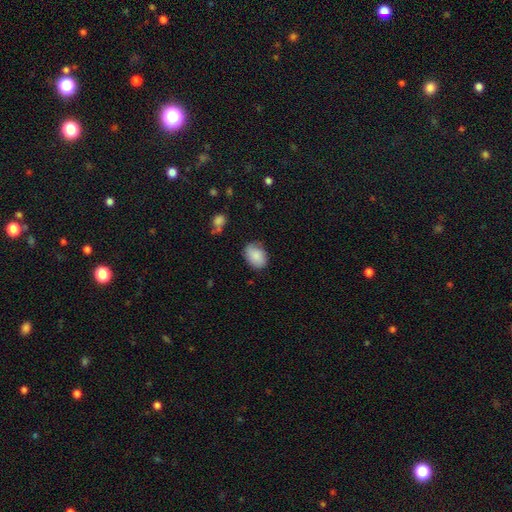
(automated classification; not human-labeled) Morphology: type=smooth (86%); roundness=in between (75%); merging=none (73%).